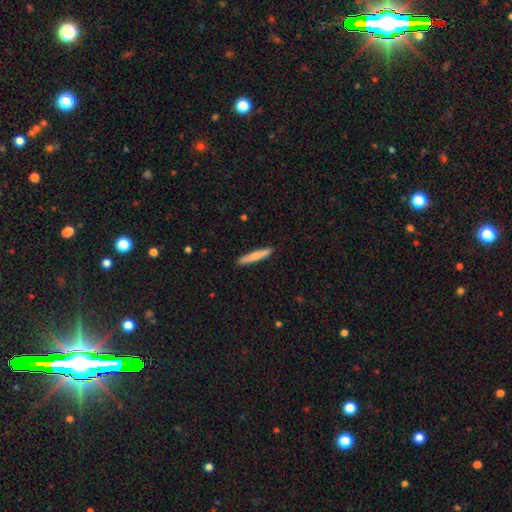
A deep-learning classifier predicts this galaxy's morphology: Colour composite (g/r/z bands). It shows a smooth galaxy with no disk features (72%) that is cigar-shaped (92%). Merging: none (90%).